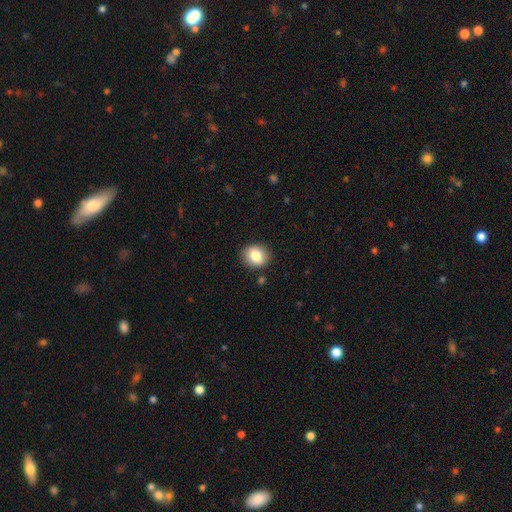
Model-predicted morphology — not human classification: Smooth or featured? smooth (81%)
How rounded? round (63%)
Merging? none (88%)